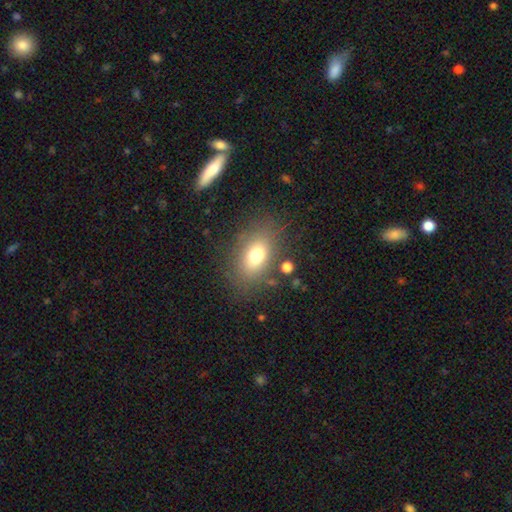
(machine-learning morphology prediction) type=smooth (72%); roundness=in between (80%); merging=none (77%).